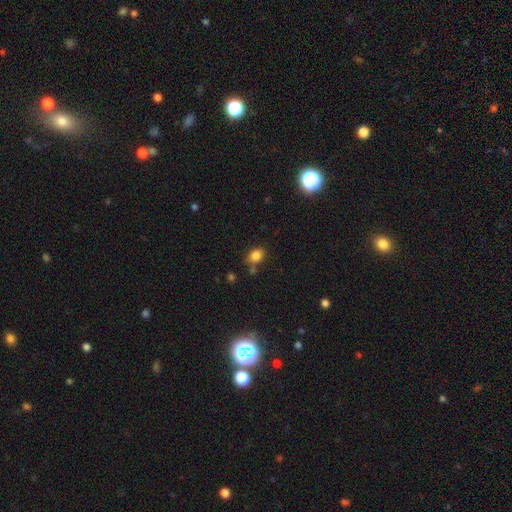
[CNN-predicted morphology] type=smooth (82%); roundness=in between (52%); merging=none (67%).